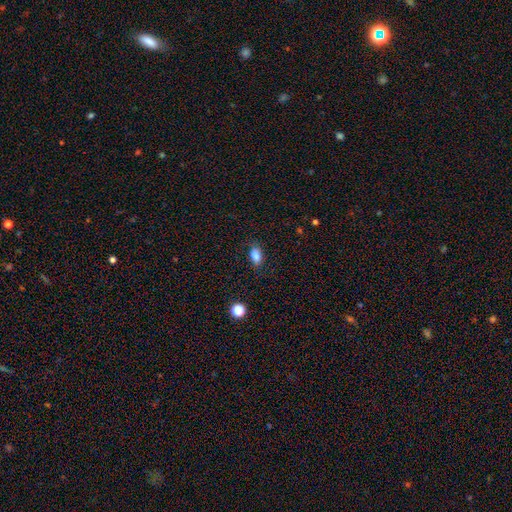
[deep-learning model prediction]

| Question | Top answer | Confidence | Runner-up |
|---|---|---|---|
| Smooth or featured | smooth | 83% | star or artifact (10%) |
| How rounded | in between | 86% | round (10%) |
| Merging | none | 79% | minor disturbance (16%) |